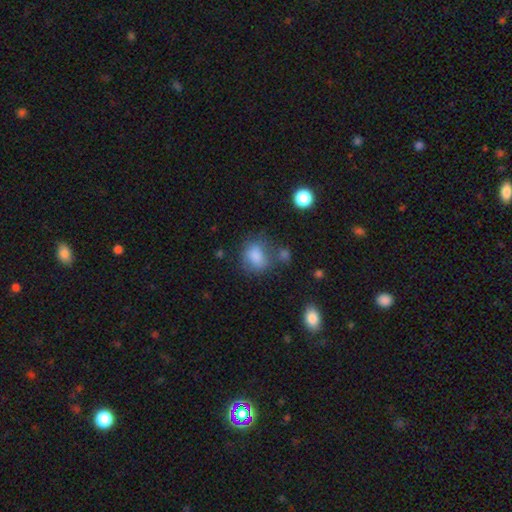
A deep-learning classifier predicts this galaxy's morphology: smooth-or-featured: smooth: 81% | star or artifact: 11% | featured or disk: 8%
  how-rounded: in between: 56% | round: 43% | cigar-shaped: 1%
  merging: none: 58% | minor disturbance: 21% | merger: 11% | major disturbance: 10%